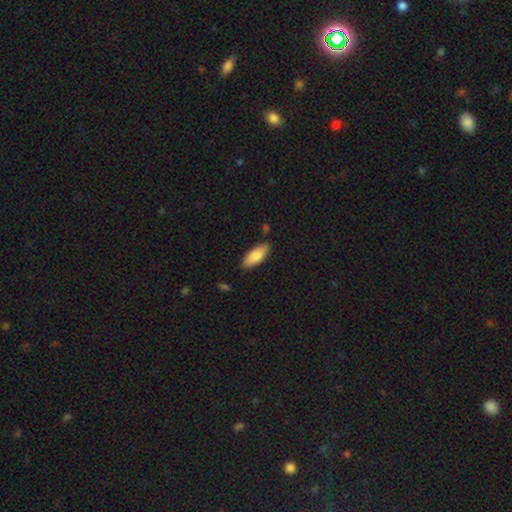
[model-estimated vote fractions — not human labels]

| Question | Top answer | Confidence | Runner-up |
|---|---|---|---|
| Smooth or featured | smooth | 82% | featured or disk (12%) |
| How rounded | in between | 75% | cigar-shaped (23%) |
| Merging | none | 85% | minor disturbance (11%) |